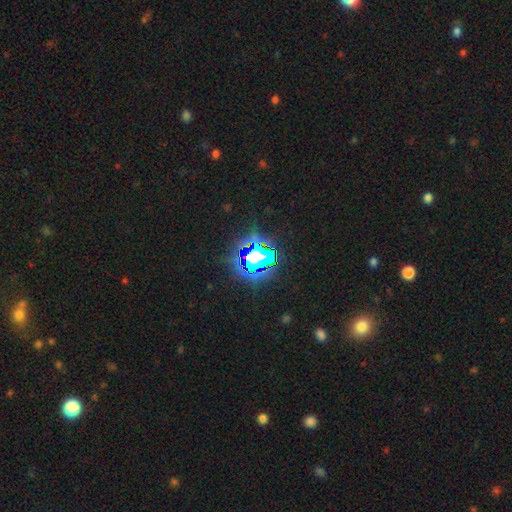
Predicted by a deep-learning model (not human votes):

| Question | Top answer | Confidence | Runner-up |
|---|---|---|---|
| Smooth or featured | star or artifact | 65% | smooth (22%) |